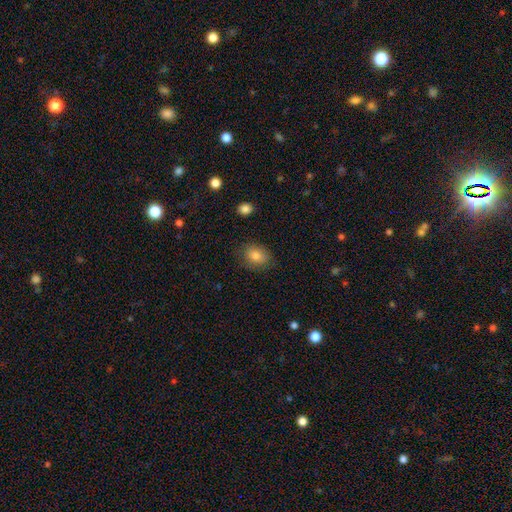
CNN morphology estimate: Smooth or featured? smooth (83%)
How rounded? in between (64%)
Merging? none (81%)